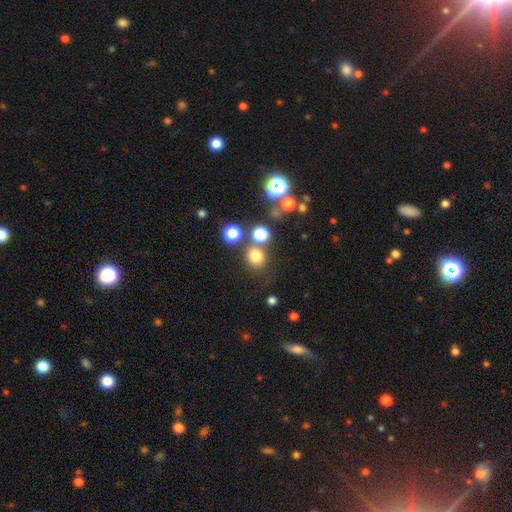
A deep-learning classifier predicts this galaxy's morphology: This is likely a smooth galaxy (66%). How rounded: clearly round (86%). Merging: likely none (73%).